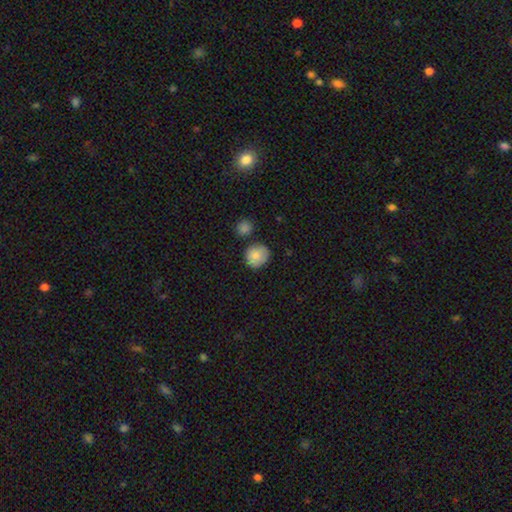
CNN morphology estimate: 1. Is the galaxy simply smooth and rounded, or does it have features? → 81% smooth, 11% featured or disk, 8% star or artifact.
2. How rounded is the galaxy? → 79% round, 20% in between, 1% cigar-shaped.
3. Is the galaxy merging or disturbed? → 73% none, 16% minor disturbance, 7% merger, 3% major disturbance.